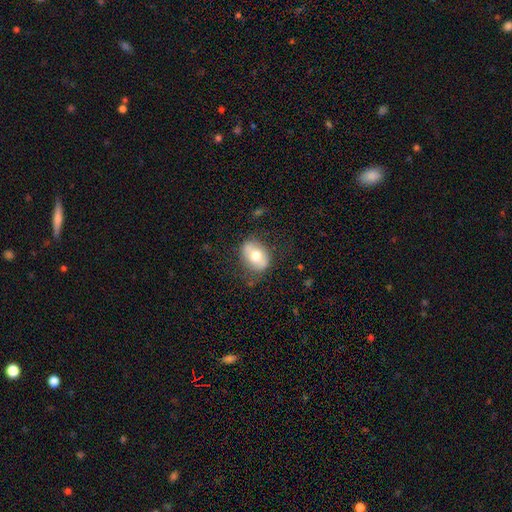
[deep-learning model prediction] Morphology: type=smooth (61%); roundness=in between (67%); merging=none (70%).